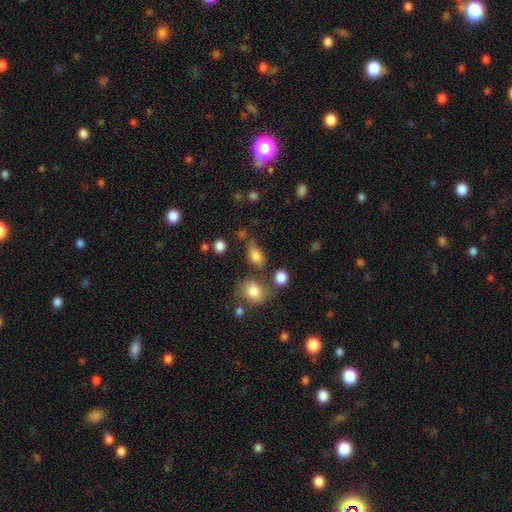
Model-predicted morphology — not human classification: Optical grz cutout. It shows a smooth galaxy with no disk features (81%) that is in between round and cigar-shaped (78%). Merging: none (58%).